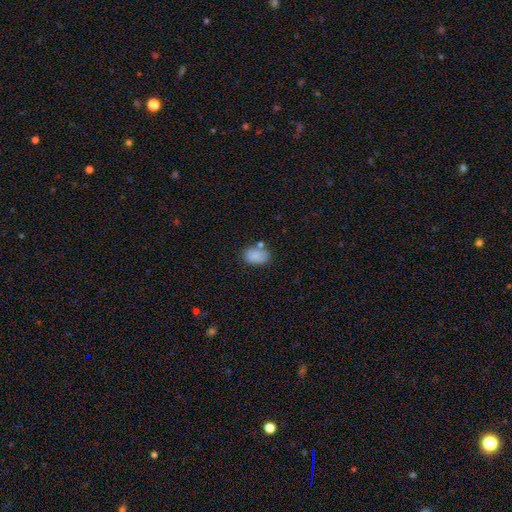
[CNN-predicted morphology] Smooth or featured? Predicted: smooth (p=0.83). How rounded? Predicted: in between (p=0.83). Merging? Predicted: none (p=0.66).